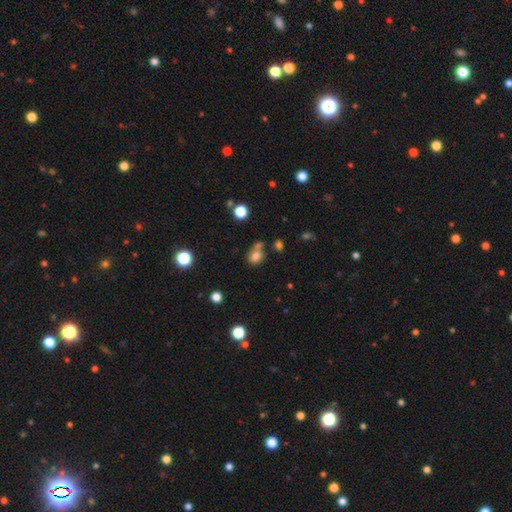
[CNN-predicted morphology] Smooth or featured: smooth — 77% (star or artifact — 14%)
How rounded: round — 57% (in between — 42%)
Merging: none — 50% (merger — 29%)